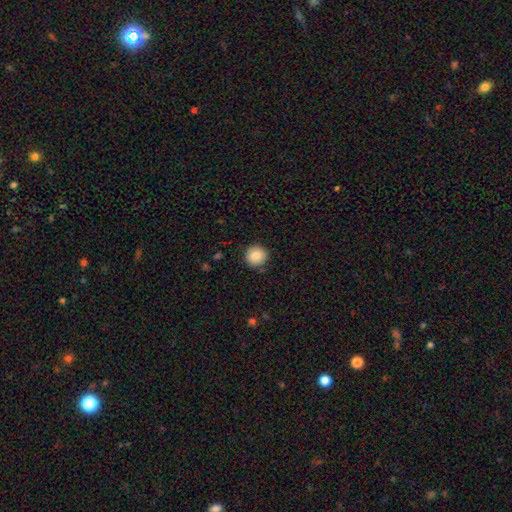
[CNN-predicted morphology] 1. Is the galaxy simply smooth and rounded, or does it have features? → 86% smooth, 9% star or artifact, 6% featured or disk.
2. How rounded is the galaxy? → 93% round, 6% in between, 1% cigar-shaped.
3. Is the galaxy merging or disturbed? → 89% none, 8% minor disturbance, 2% major disturbance, 1% merger.